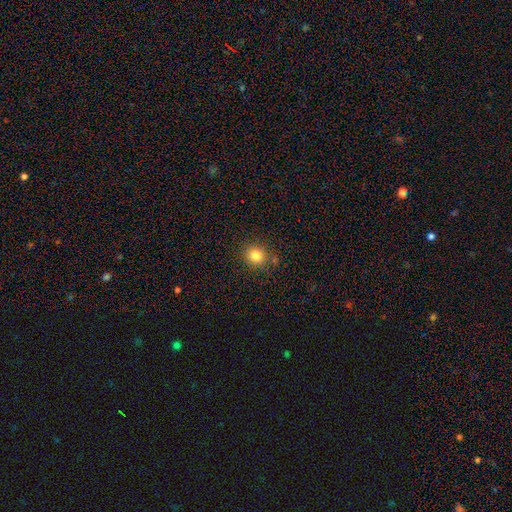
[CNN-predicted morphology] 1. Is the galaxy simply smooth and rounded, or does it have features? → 83% smooth, 12% star or artifact, 6% featured or disk.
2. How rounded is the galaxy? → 82% round, 17% in between, 1% cigar-shaped.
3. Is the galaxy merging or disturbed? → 82% none, 10% minor disturbance, 5% merger, 3% major disturbance.